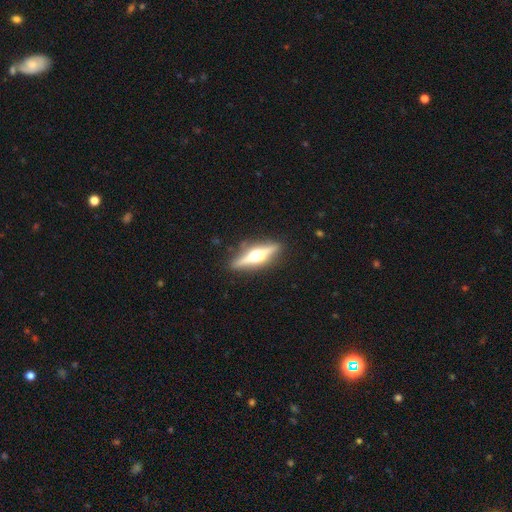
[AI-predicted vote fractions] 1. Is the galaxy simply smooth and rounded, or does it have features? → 75% featured or disk, 20% smooth, 5% star or artifact.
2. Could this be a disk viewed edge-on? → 96% yes, 4% no.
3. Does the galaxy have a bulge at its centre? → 95% rounded, 3% boxy, 2% none.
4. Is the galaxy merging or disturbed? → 88% none, 9% minor disturbance, 2% major disturbance, 1% merger.